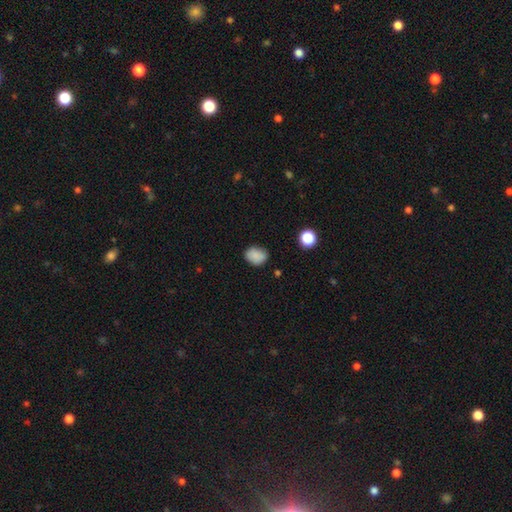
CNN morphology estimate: The model was most divided on "how rounded": in between: 60%, round: 39%, cigar-shaped: 1%. More confident: smooth or featured — smooth (86%); merging — none (75%).